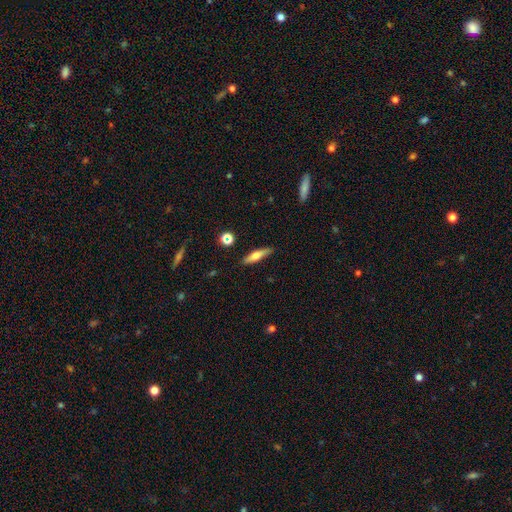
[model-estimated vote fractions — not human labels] The model was most divided on "smooth or featured": smooth: 56%, featured or disk: 36%, star or artifact: 8%. More confident: merging — none (85%); how rounded — cigar-shaped (74%).